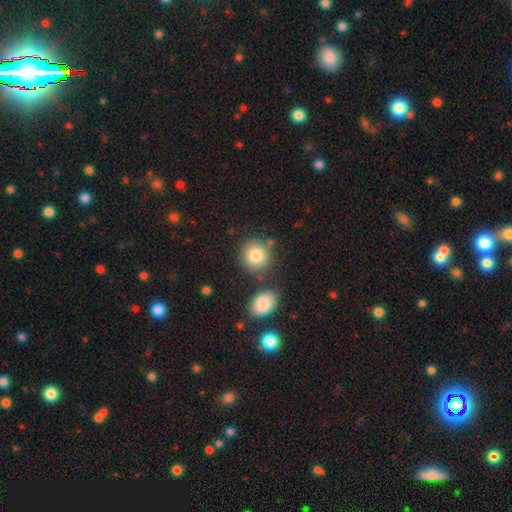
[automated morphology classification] Overall: smooth (83%). How rounded: round (88%). Merging: none (74%).